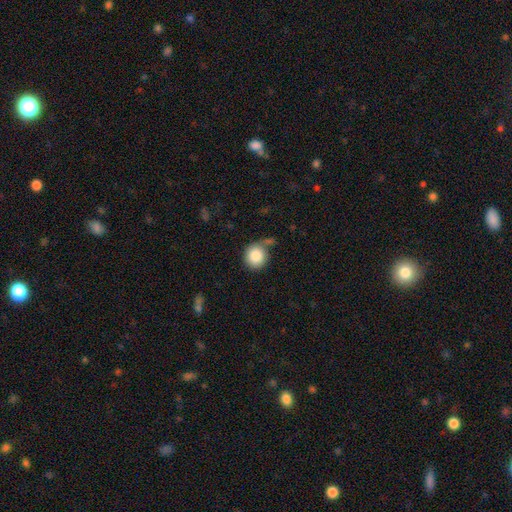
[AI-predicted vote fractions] Smooth or featured? Predicted: smooth (p=0.85). How rounded? Predicted: round (p=0.87). Merging? Predicted: none (p=0.67).